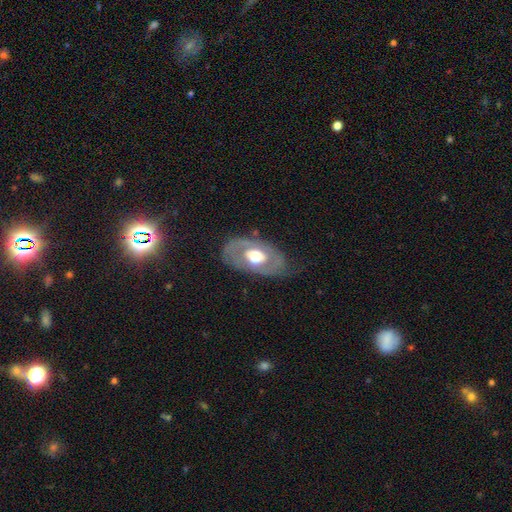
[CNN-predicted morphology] featured or disk 65%, smooth 29%, star or artifact 6%. Down the decision tree: edge-on disk — no (90%); bar — no (67%); spiral arms — no (57%); bulge size — moderate (59%); merging — none (65%).